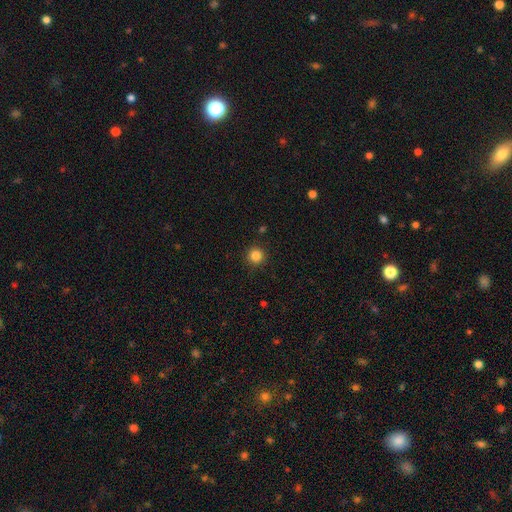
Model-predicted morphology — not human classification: Smooth or featured? Predicted: smooth (p=0.84). How rounded? Predicted: round (p=0.95). Merging? Predicted: none (p=0.91).